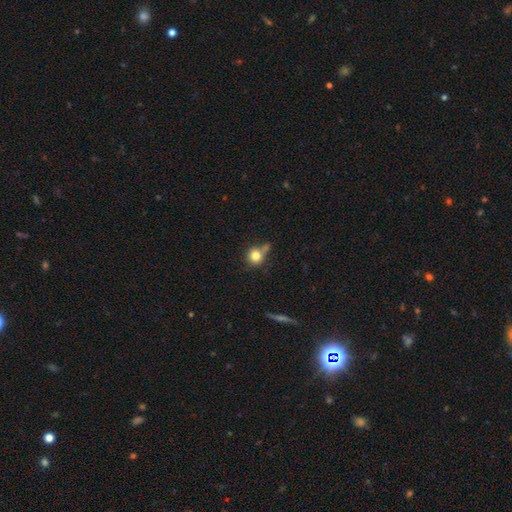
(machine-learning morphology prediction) Smooth or featured: smooth — 80% (star or artifact — 11%)
How rounded: round — 87% (in between — 12%)
Merging: none — 55% (merger — 22%)